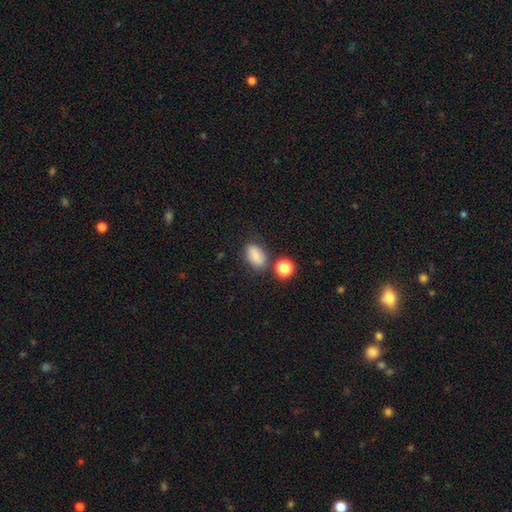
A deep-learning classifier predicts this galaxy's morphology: A smooth galaxy with no disk features (83%) that is in between round and cigar-shaped (86%).

Vote fractions:
- Smooth or featured? smooth: 83% / star or artifact: 10% / featured or disk: 7%
- How rounded? in between: 86% / round: 12% / cigar-shaped: 2%
- Merging? none: 73% / minor disturbance: 15% / merger: 8% / major disturbance: 5%